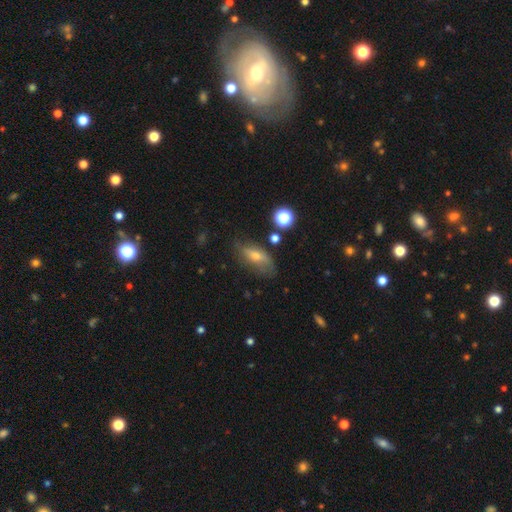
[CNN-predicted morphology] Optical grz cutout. It shows a smooth galaxy with no disk features (50%) that is in between round and cigar-shaped (73%). Merging: none (63%).